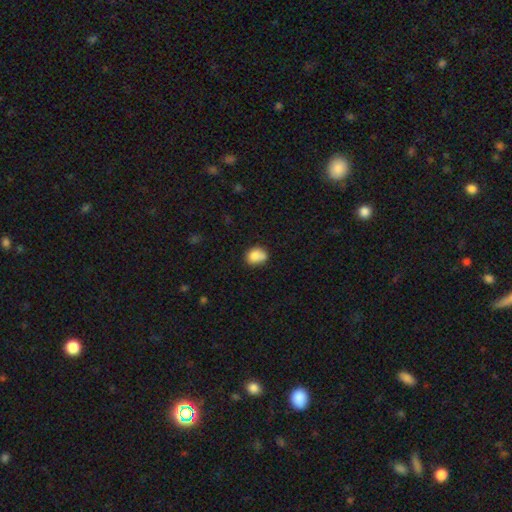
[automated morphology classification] Smooth or featured?
  - smooth: 82% *
  - star or artifact: 9%
  - featured or disk: 9%
How rounded?
  - round: 53% *
  - in between: 46%
  - cigar-shaped: 1%
Merging?
  - none: 53% *
  - minor disturbance: 24%
  - merger: 17%
  - major disturbance: 6%